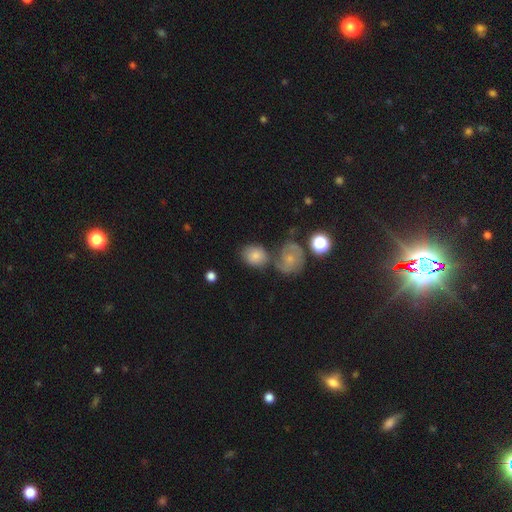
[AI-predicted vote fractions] A smooth galaxy with no disk features (73%) that is round (55%). Merging: none (48%).